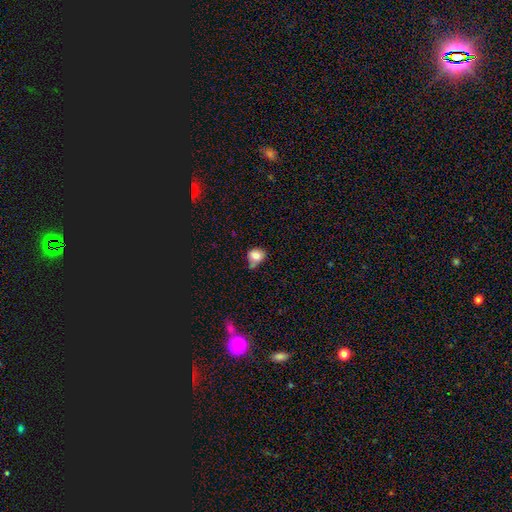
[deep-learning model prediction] A smooth galaxy with no disk features (83%) that is round (65%). Merging: none (53%).